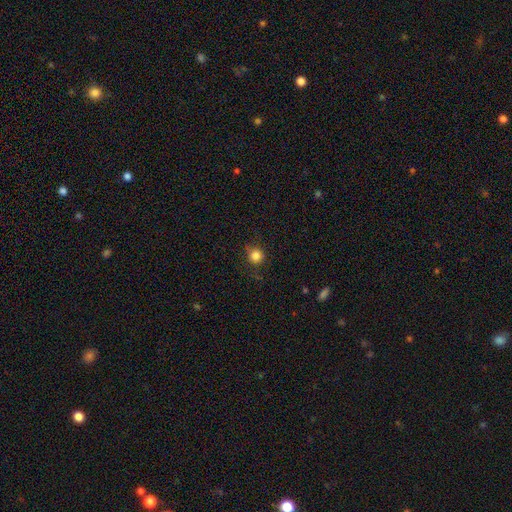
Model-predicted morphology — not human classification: Overall: smooth (83%). How rounded: round (92%). Merging: none (81%).